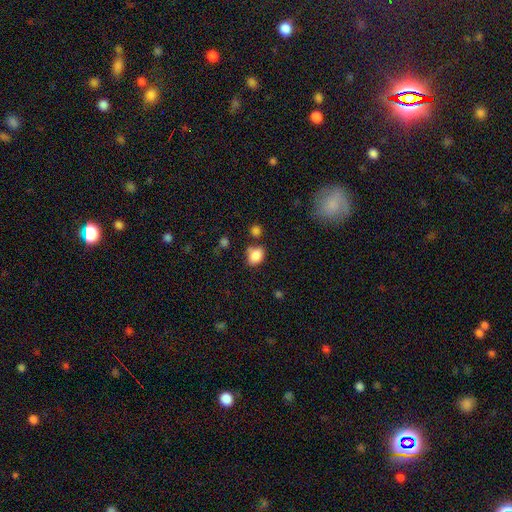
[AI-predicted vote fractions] Morphology: type=smooth (85%); roundness=in between (65%); merging=none (60%).